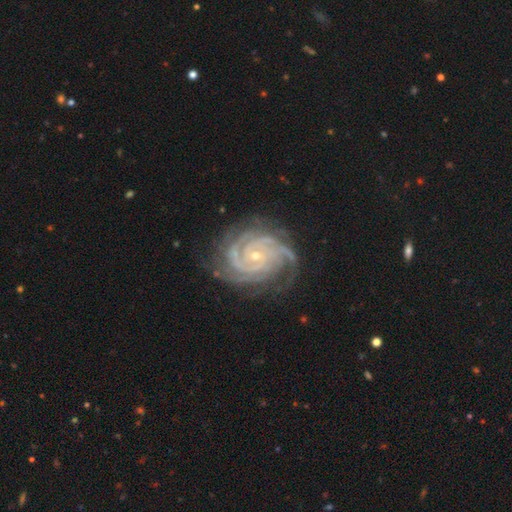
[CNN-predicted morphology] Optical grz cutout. It shows a featured or disk galaxy (93%) with no bar (68%), 4 (27%) tight (80%) spiral arms (99%) and a small central bulge (77%). Merging: none (77%).